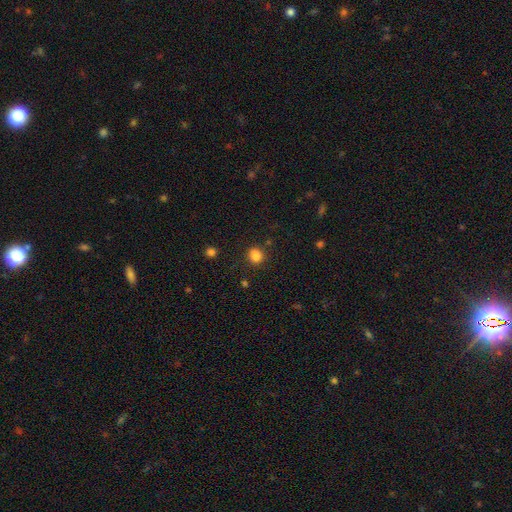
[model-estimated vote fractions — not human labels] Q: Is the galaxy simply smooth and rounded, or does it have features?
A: smooth — 84%.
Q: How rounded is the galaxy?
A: round — 73%.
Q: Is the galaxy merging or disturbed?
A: none — 79%.